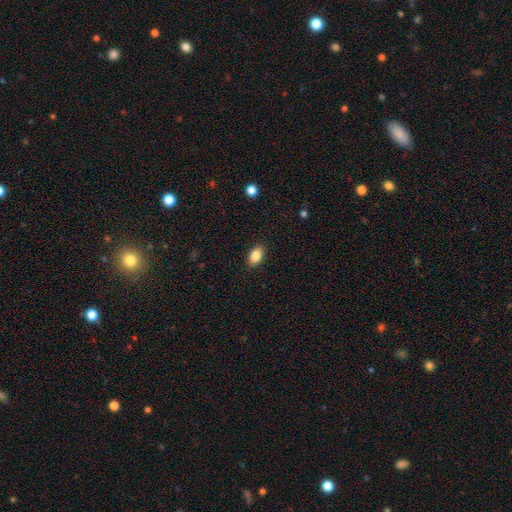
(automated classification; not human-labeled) smooth_or_featured: smooth (p=0.86) [alt: star or artifact p=0.08]
how_rounded: in between (p=0.89) [alt: round p=0.09]
merging: none (p=0.89) [alt: minor disturbance p=0.08]